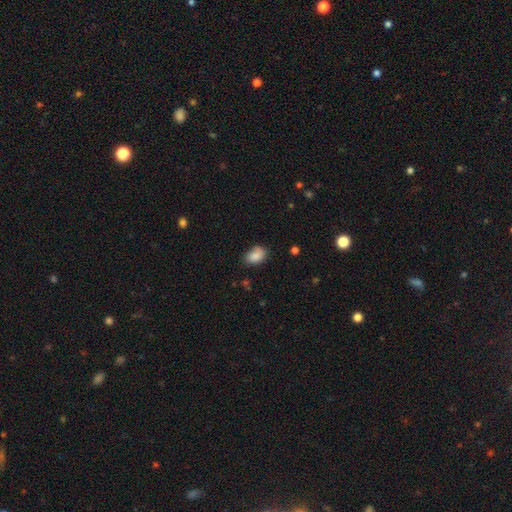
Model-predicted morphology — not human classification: smooth_or_featured: smooth (p=0.85) [alt: star or artifact p=0.08]
how_rounded: in between (p=0.84) [alt: round p=0.15]
merging: none (p=0.69) [alt: minor disturbance p=0.24]